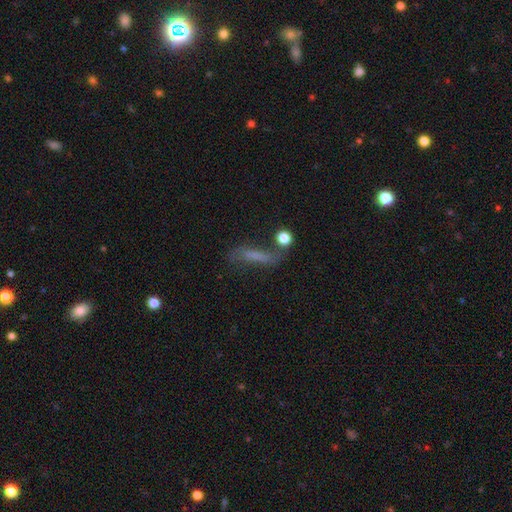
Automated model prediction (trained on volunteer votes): Smooth or featured? Predicted: smooth (p=0.51). How rounded? Predicted: cigar-shaped (p=0.70). Merging? Predicted: none (p=0.49).